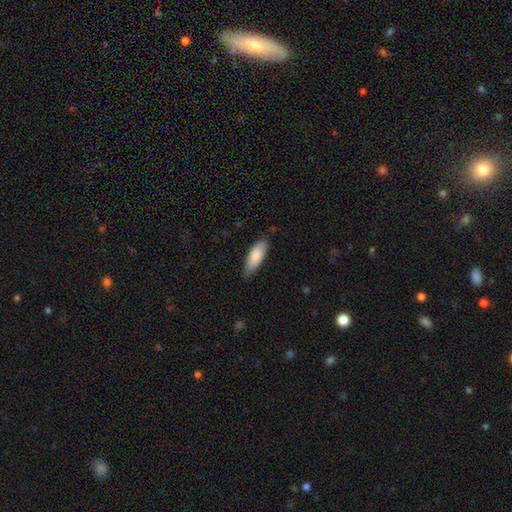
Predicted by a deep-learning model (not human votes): This appears to be a smooth galaxy with no disk features (82%) that is in between round and cigar-shaped (70%). Merging: none (76%).